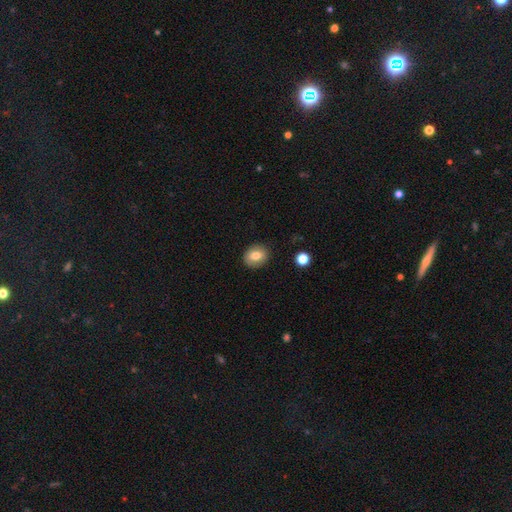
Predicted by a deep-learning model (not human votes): smooth 78%, featured or disk 14%, star or artifact 9%. Down the decision tree: how rounded — round (54%); merging — none (88%).